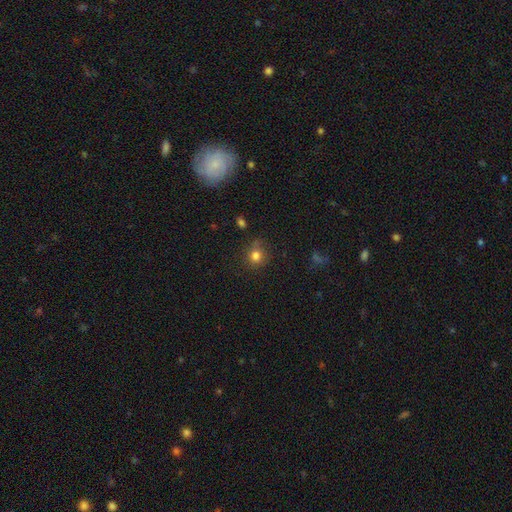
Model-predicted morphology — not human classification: This is clearly a smooth galaxy (80%). How rounded: clearly round (83%). Merging: likely none (72%).